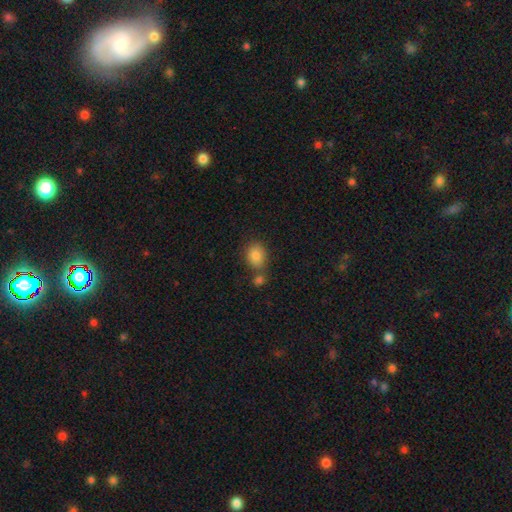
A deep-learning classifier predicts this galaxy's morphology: type=smooth (85%); roundness=in between (55%); merging=none (58%).